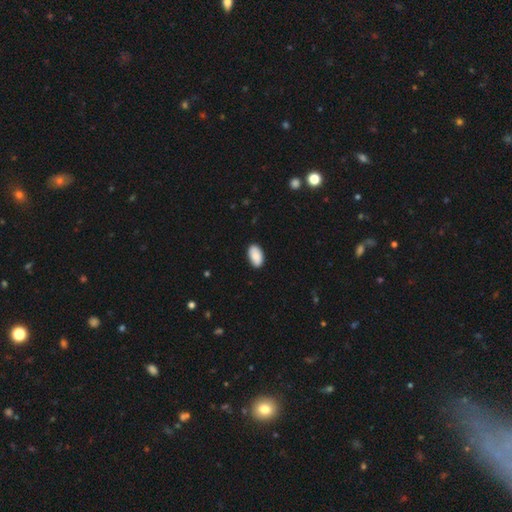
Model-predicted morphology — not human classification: A smooth galaxy with no disk features (90%) that is in between round and cigar-shaped (95%).

Vote fractions:
- Smooth or featured? smooth: 90% / star or artifact: 6% / featured or disk: 4%
- How rounded? in between: 95% / round: 3% / cigar-shaped: 2%
- Merging? none: 88% / minor disturbance: 10% / major disturbance: 2% / merger: 1%